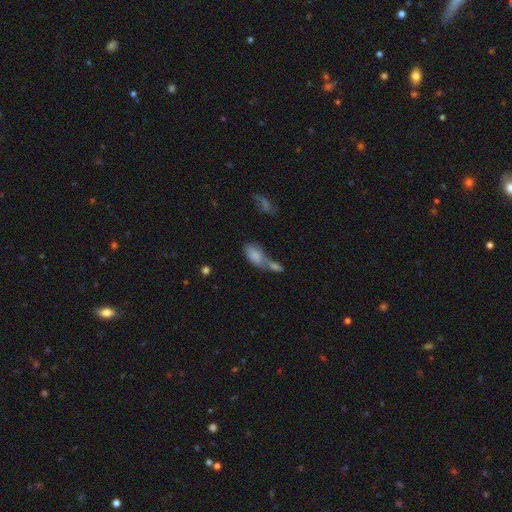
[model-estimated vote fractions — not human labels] Smooth or featured: smooth — 80% (featured or disk — 12%)
How rounded: in between — 90% (cigar-shaped — 6%)
Merging: merger — 59% (none — 24%)